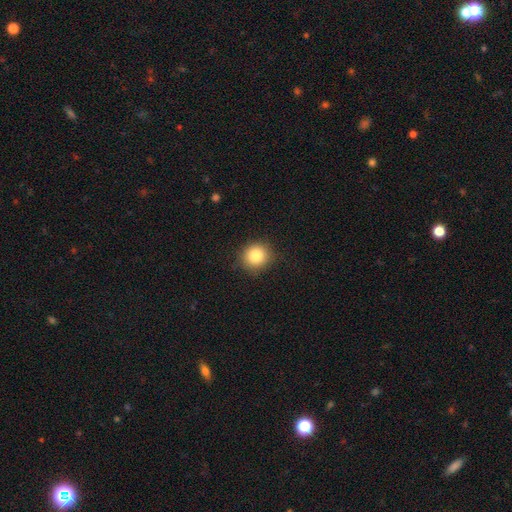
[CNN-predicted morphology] A smooth galaxy with no disk features (83%) that is round (89%). Merging: none (89%).